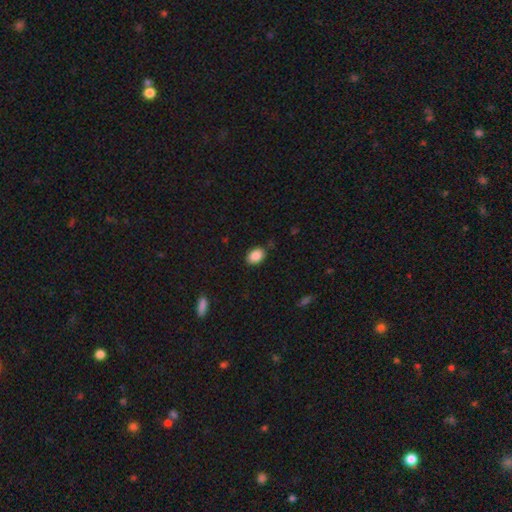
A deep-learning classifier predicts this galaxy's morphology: Q: Smooth or featured?
A: smooth (88%); runner-up: star or artifact (8%)
Q: How rounded?
A: in between (79%); runner-up: round (20%)
Q: Merging?
A: none (84%); runner-up: minor disturbance (12%)